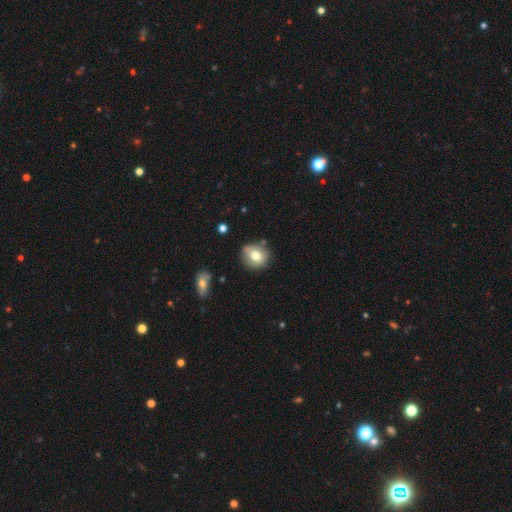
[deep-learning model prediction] This appears to be a smooth galaxy with no disk features (74%) that is round (82%). Merging: none (72%).